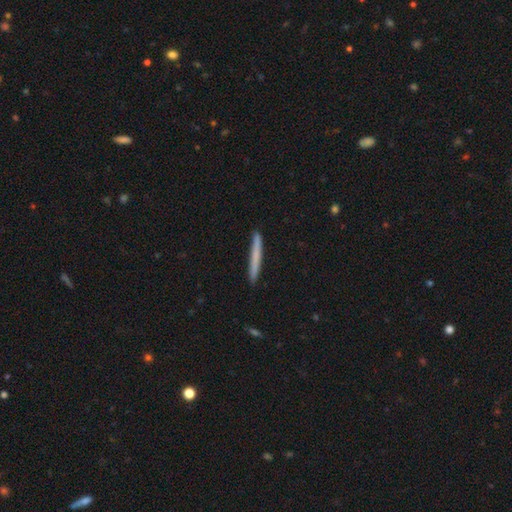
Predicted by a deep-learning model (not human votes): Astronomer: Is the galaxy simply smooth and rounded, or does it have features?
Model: smooth — 67%.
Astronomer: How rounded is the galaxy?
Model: cigar-shaped — 97%.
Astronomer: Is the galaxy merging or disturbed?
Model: none — 91%.